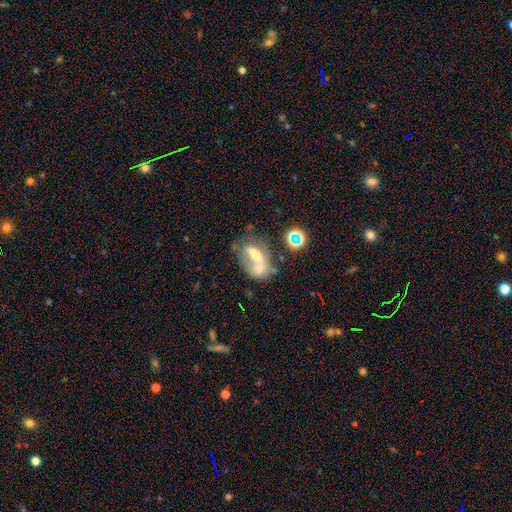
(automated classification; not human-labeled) This is possibly a smooth galaxy (49%). Merging: possibly merger (58%).